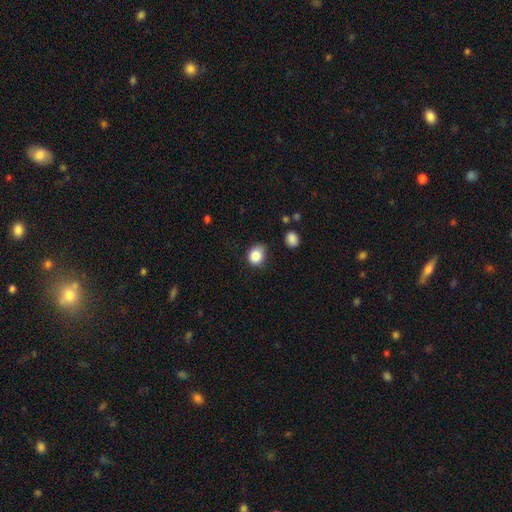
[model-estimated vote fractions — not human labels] smooth_or_featured: smooth (p=0.85) [alt: star or artifact p=0.10]
how_rounded: round (p=0.68) [alt: in between p=0.31]
merging: none (p=0.59) [alt: minor disturbance p=0.31]